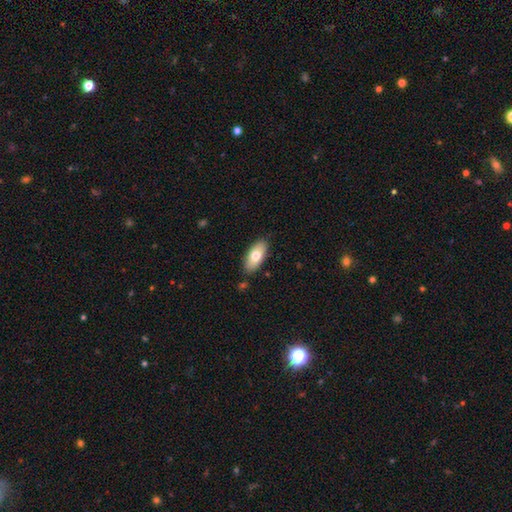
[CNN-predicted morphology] This is likely a smooth galaxy (74%). How rounded: clearly in between (88%). Merging: clearly none (86%).